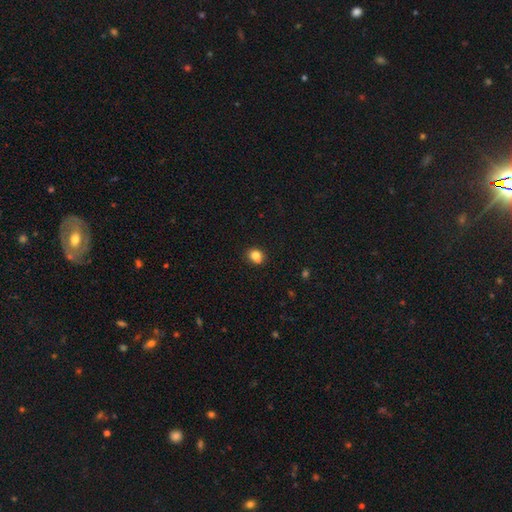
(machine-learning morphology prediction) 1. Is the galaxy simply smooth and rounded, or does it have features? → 79% smooth, 11% star or artifact, 9% featured or disk.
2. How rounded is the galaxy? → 69% round, 30% in between, 1% cigar-shaped.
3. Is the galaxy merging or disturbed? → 62% none, 20% merger, 15% minor disturbance, 4% major disturbance.